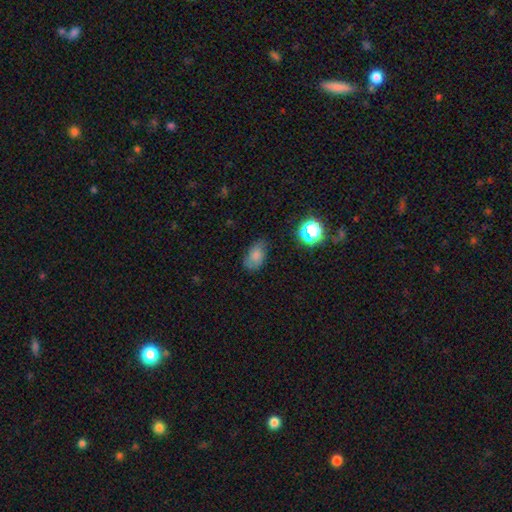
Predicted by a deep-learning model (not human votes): smooth-or-featured: smooth: 68% | featured or disk: 17% | star or artifact: 15%
  how-rounded: in between: 86% | round: 12% | cigar-shaped: 2%
  merging: none: 63% | minor disturbance: 27% | major disturbance: 8% | merger: 2%